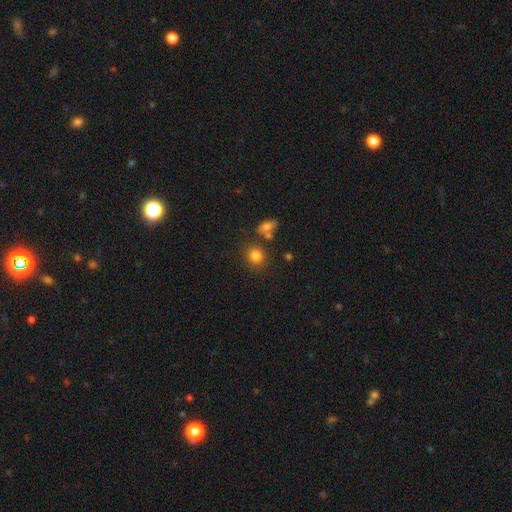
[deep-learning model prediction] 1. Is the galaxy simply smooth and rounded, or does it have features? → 81% smooth, 12% star or artifact, 7% featured or disk.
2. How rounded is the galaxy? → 73% round, 26% in between, 1% cigar-shaped.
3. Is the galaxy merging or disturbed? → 76% none, 11% minor disturbance, 10% merger, 4% major disturbance.